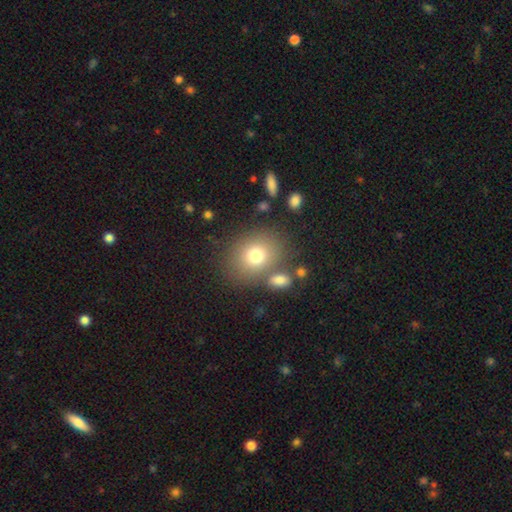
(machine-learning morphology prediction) type=smooth (75%); roundness=round (60%); merging=none (72%).